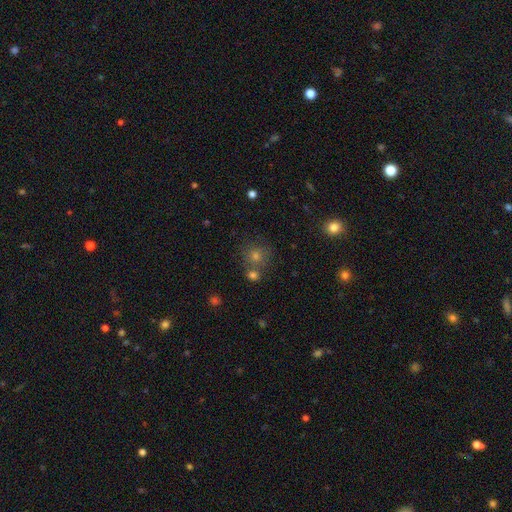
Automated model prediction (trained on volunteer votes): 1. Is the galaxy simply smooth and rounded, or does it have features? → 66% smooth, 24% star or artifact, 11% featured or disk.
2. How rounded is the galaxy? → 90% round, 9% in between, 1% cigar-shaped.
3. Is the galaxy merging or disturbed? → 70% none, 18% merger, 9% minor disturbance, 3% major disturbance.